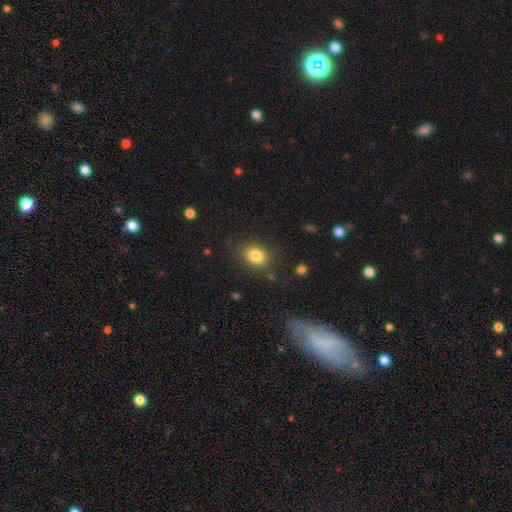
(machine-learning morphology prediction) A smooth galaxy with no disk features (83%) that is in between round and cigar-shaped (52%). Merging: none (81%).